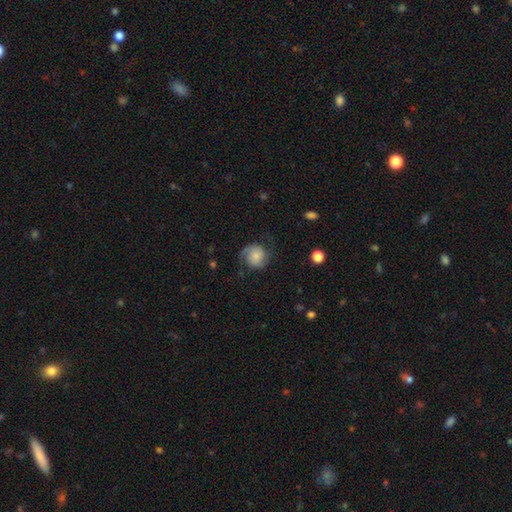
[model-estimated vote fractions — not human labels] smooth_or_featured: featured or disk (p=0.51) [alt: smooth p=0.41]
disk_edge_on: no (p=0.98) [alt: yes p=0.02]
merging: none (p=0.63) [alt: minor disturbance p=0.21]